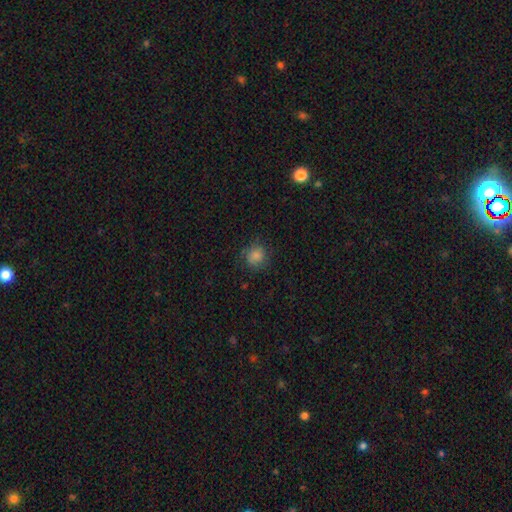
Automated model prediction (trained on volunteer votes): Smooth or featured? Predicted: smooth (p=0.81). How rounded? Predicted: round (p=0.87). Merging? Predicted: none (p=0.78).